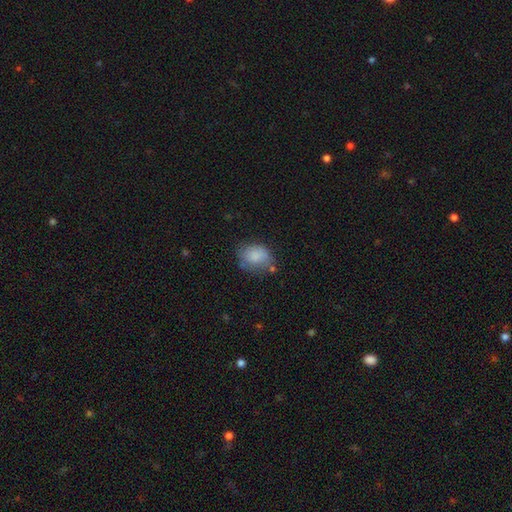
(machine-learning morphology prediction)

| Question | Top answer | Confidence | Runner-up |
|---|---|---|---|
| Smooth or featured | smooth | 81% | featured or disk (11%) |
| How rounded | in between | 62% | round (37%) |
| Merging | none | 57% | minor disturbance (27%) |